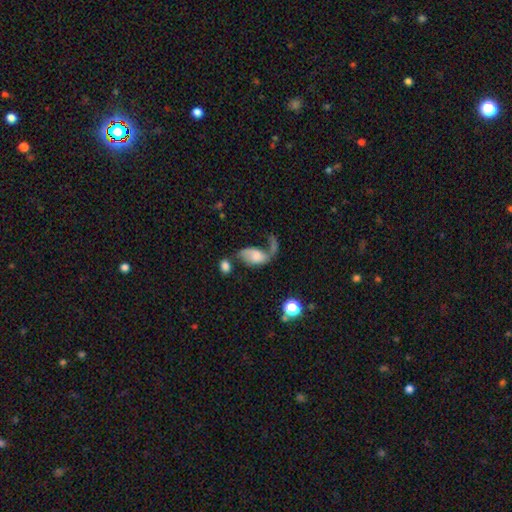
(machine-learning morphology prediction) The model was most divided on "merging": major disturbance: 36%, merger: 27%, none: 22%, minor disturbance: 15%. More confident: edge-on disk — no (96%); smooth or featured — featured or disk (50%).